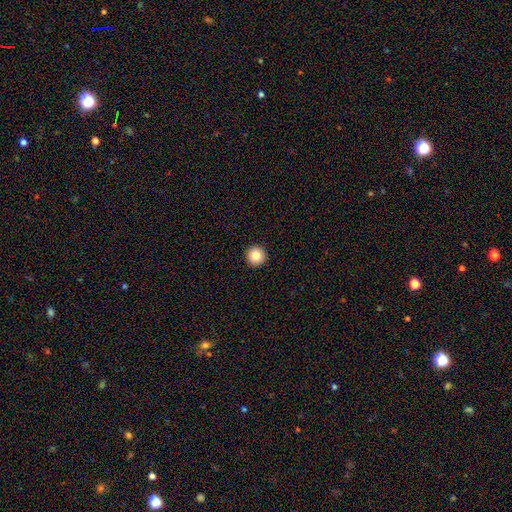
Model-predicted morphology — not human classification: Smooth or featured: smooth — 84% (star or artifact — 10%)
How rounded: round — 97% (in between — 3%)
Merging: none — 94% (minor disturbance — 4%)